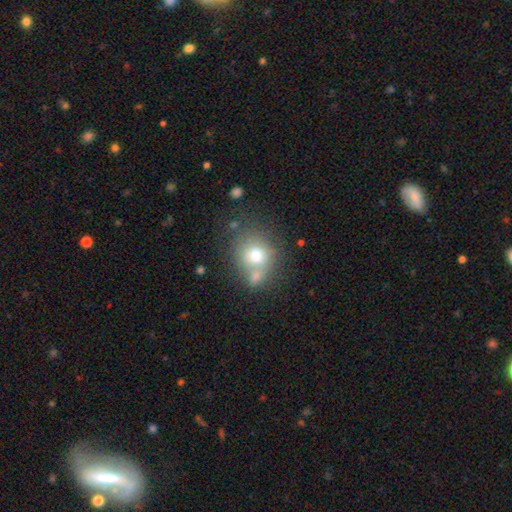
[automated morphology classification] Smooth or featured?
  - smooth: 72% *
  - featured or disk: 18%
  - star or artifact: 11%
How rounded?
  - round: 72% *
  - in between: 27%
  - cigar-shaped: 1%
Merging?
  - none: 44% *
  - merger: 35%
  - minor disturbance: 14%
  - major disturbance: 6%